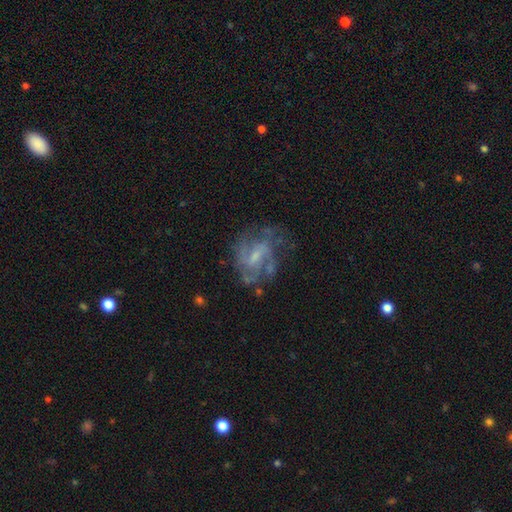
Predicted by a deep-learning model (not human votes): smooth-or-featured: featured or disk: 78% | smooth: 13% | star or artifact: 8%
  disk-edge-on: no: 97% | yes: 3%
    bar: weak: 53% | no: 35% | strong: 12%
    has-spiral-arms: yes: 83% | no: 17%
      spiral-winding: medium: 47% | tight: 31% | loose: 22%
      spiral-arm-count: can't tell: 32% | 2: 27% | 3: 23% | 4: 10% | 1: 5% | more than 4: 4%
    bulge-size: small: 50% | moderate: 31% | none: 16% | large: 2% | dominant: 1%
  merging: none: 55% | major disturbance: 21% | minor disturbance: 21% | merger: 3%